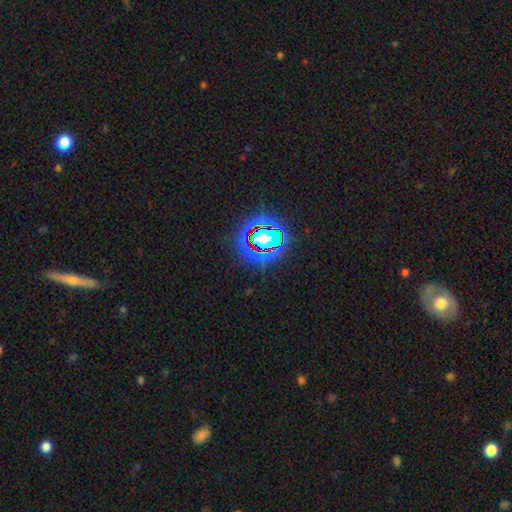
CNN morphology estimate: Overall: star or artifact (79%).